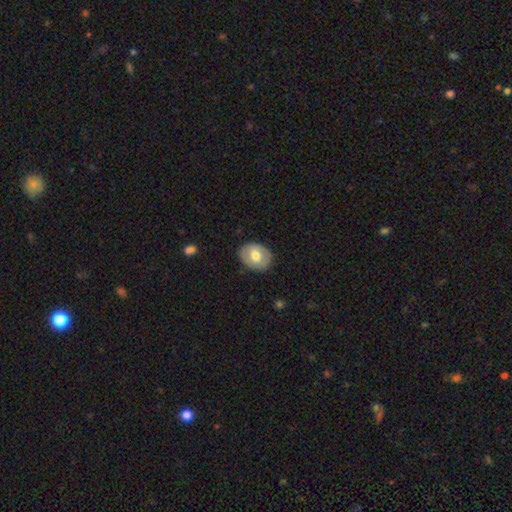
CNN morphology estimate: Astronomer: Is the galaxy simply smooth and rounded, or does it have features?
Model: smooth — 64%.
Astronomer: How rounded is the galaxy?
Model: in between — 64%.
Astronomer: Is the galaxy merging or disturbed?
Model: none — 85%.